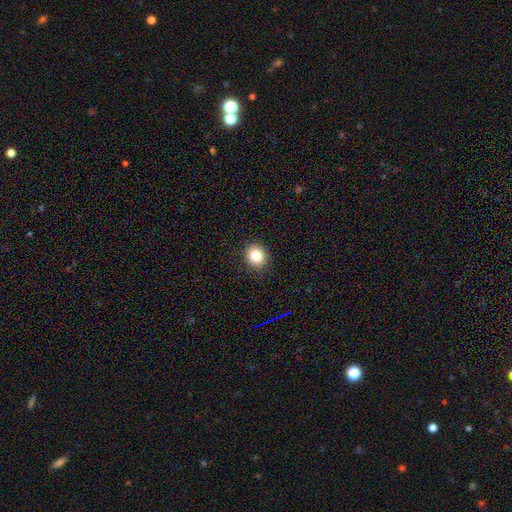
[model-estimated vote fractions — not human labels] Smooth or featured? smooth (84%)
How rounded? round (76%)
Merging? none (89%)